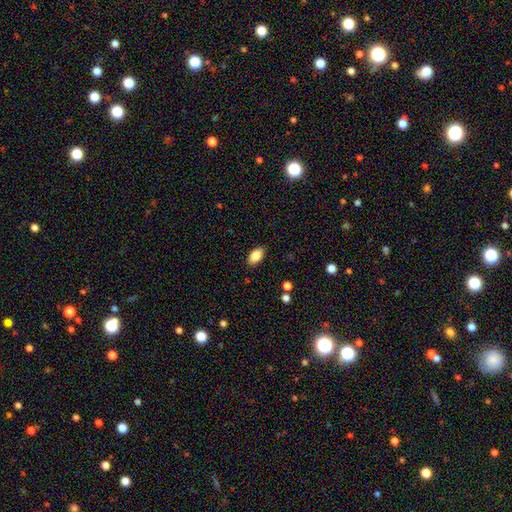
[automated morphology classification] Smooth or featured? smooth (84%)
How rounded? in between (92%)
Merging? none (88%)